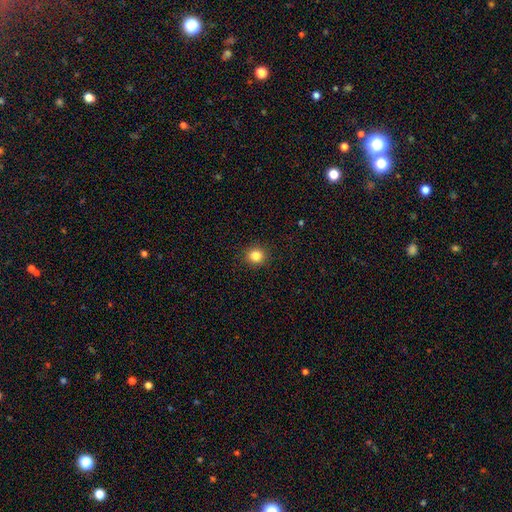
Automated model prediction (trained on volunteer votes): Smooth or featured? Predicted: smooth (p=0.84). How rounded? Predicted: round (p=0.89). Merging? Predicted: none (p=0.92).